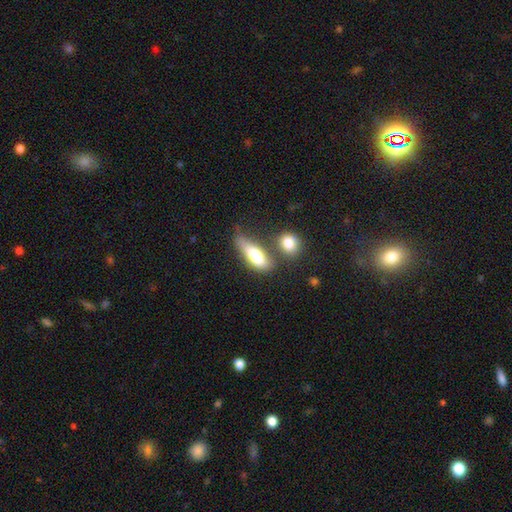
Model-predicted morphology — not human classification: Smooth or featured? Predicted: smooth (p=0.74). How rounded? Predicted: in between (p=0.65). Merging? Predicted: none (p=0.40).